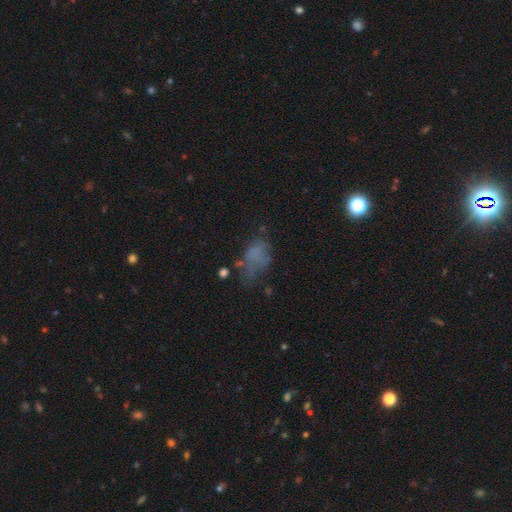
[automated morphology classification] smooth 50%, featured or disk 30%, star or artifact 20%. Down the decision tree: how rounded — in between (83%); merging — none (39%).